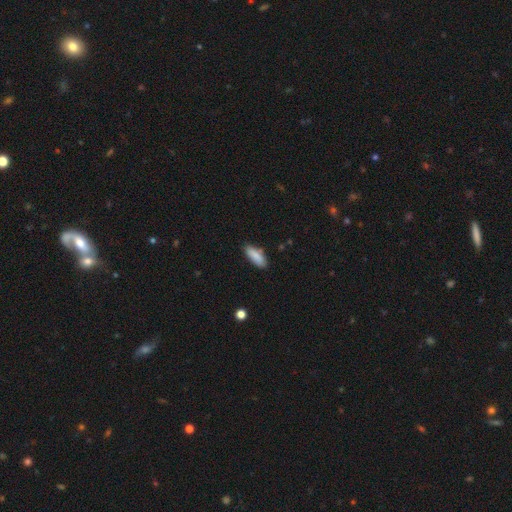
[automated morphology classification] A smooth galaxy with no disk features (87%) that is in between round and cigar-shaped (69%). Merging: none (83%).